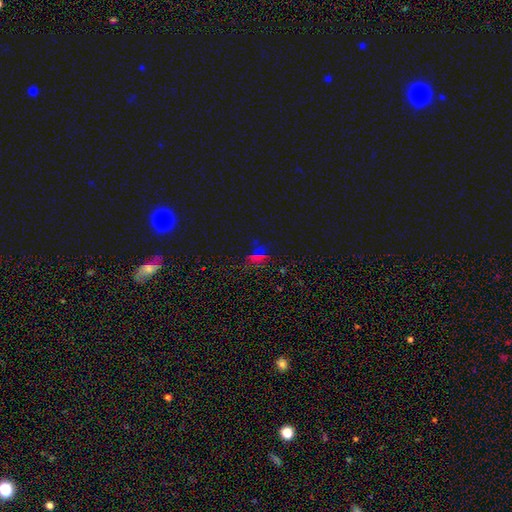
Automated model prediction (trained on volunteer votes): smooth_or_featured: star or artifact (p=0.59) [alt: smooth p=0.32]